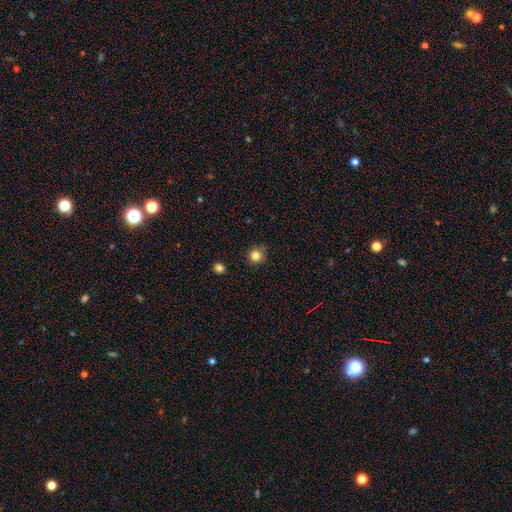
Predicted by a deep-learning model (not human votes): The model was most divided on "smooth or featured": smooth: 83%, star or artifact: 12%, featured or disk: 5%. More confident: how rounded — round (93%); merging — none (86%).